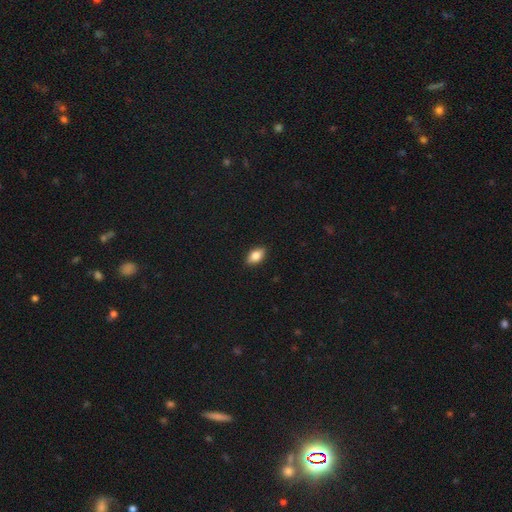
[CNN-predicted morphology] smooth 81%, featured or disk 11%, star or artifact 7%. Down the decision tree: how rounded — in between (89%); merging — none (89%).